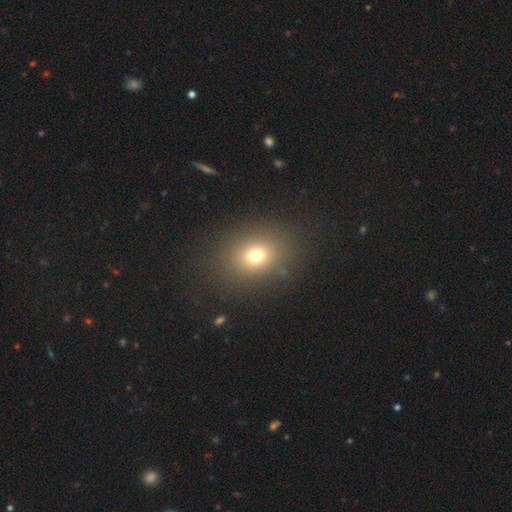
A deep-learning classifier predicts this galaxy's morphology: This is likely a smooth galaxy (71%). How rounded: possibly round (56%). Merging: clearly none (84%).